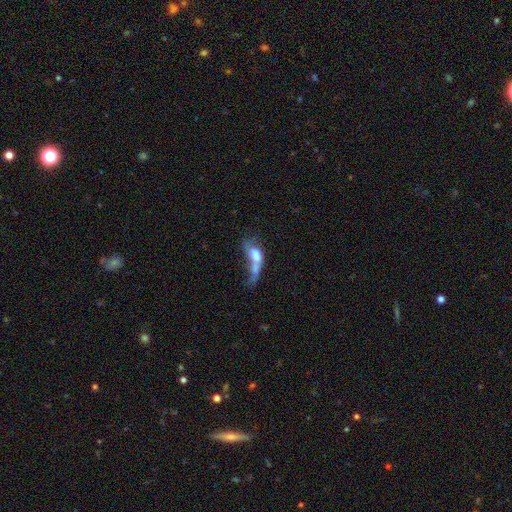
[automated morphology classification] The model was most divided on "smooth or featured": smooth: 49%, featured or disk: 41%, star or artifact: 11%. More confident: merging — merger (50%).